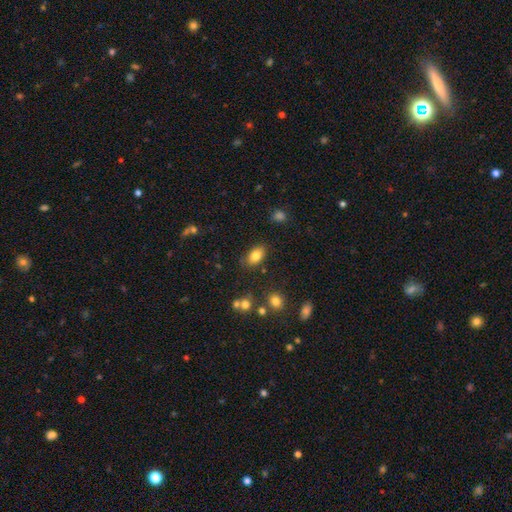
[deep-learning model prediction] Smooth or featured? Predicted: smooth (p=0.82). How rounded? Predicted: in between (p=0.89). Merging? Predicted: none (p=0.80).